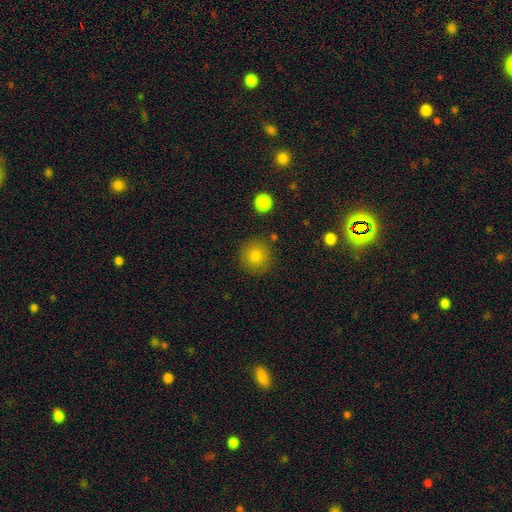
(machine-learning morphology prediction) Q: Smooth or featured?
A: smooth (81%); runner-up: star or artifact (12%)
Q: How rounded?
A: round (94%); runner-up: in between (5%)
Q: Merging?
A: none (88%); runner-up: minor disturbance (8%)